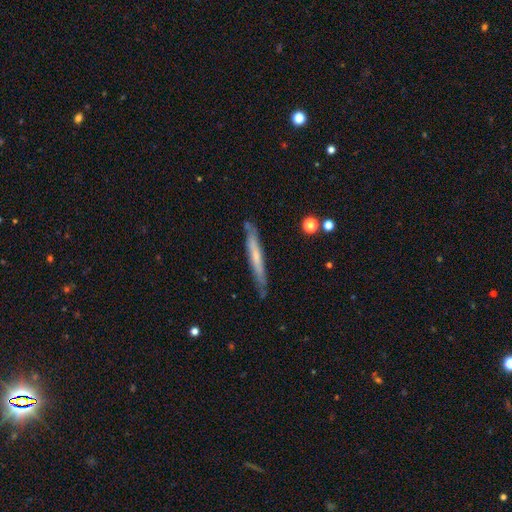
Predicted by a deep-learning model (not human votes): smooth-or-featured: featured or disk: 51% | smooth: 43% | star or artifact: 6%
  disk-edge-on: yes: 89% | no: 11%
  merging: none: 82% | minor disturbance: 14% | major disturbance: 2% | merger: 2%